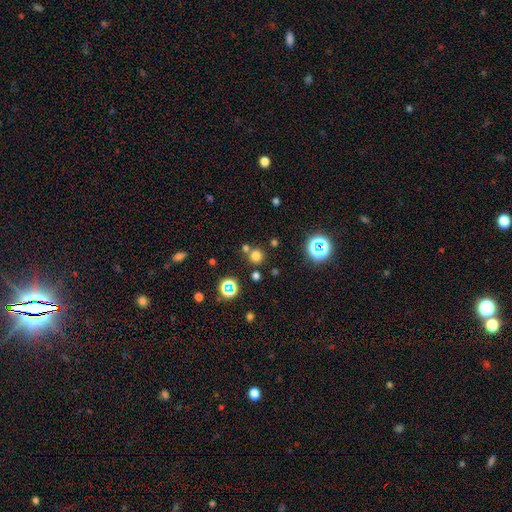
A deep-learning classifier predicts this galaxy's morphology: smooth_or_featured: smooth (p=0.68) [alt: star or artifact p=0.26]
how_rounded: round (p=0.93) [alt: in between p=0.06]
merging: none (p=0.74) [alt: merger p=0.16]